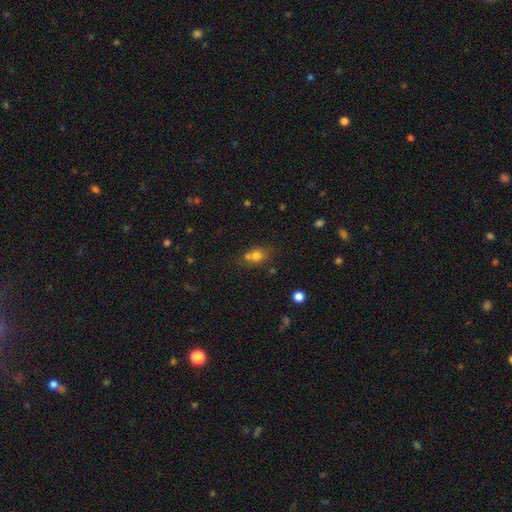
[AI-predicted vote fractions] Smooth or featured? smooth (71%)
How rounded? in between (51%)
Merging? none (50%)